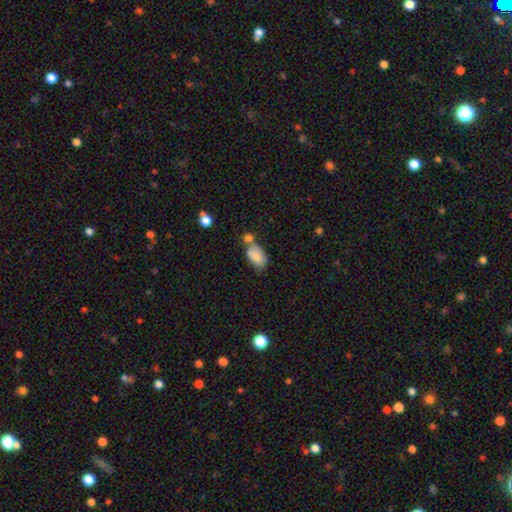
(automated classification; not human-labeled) Smooth or featured? smooth (80%)
How rounded? in between (91%)
Merging? merger (38%)